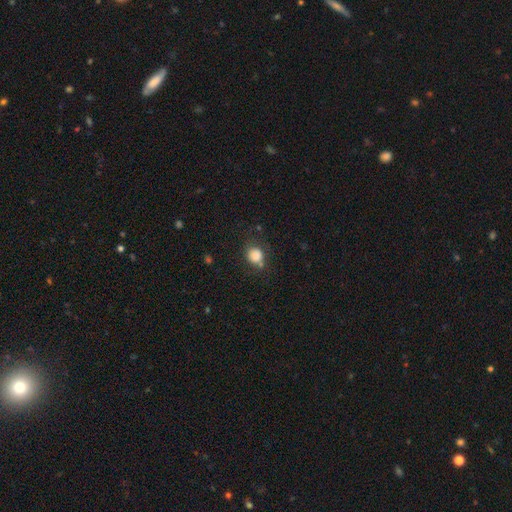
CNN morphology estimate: The model was most divided on "merging": none: 68%, minor disturbance: 18%, merger: 8%, major disturbance: 6%. More confident: smooth or featured — smooth (82%); how rounded — round (78%).